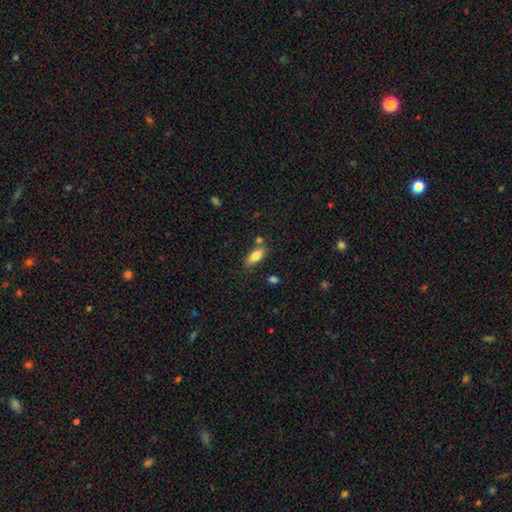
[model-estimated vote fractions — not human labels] smooth-or-featured: smooth: 81% | featured or disk: 12% | star or artifact: 8%
  how-rounded: in between: 83% | cigar-shaped: 15% | round: 3%
  merging: none: 71% | minor disturbance: 15% | merger: 11% | major disturbance: 4%